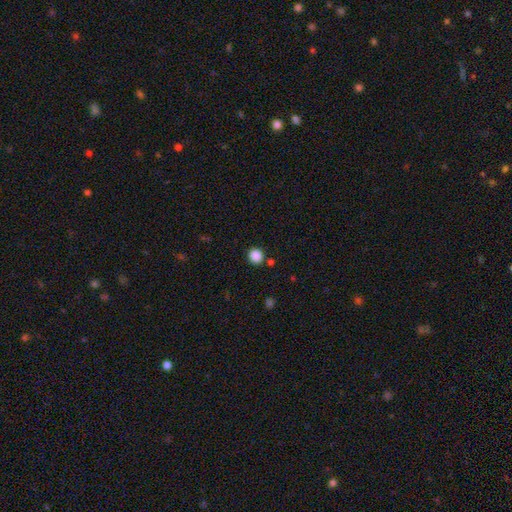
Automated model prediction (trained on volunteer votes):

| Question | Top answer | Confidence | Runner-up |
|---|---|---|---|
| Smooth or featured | smooth | 87% | star or artifact (11%) |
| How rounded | round | 87% | in between (12%) |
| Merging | none | 86% | minor disturbance (8%) |